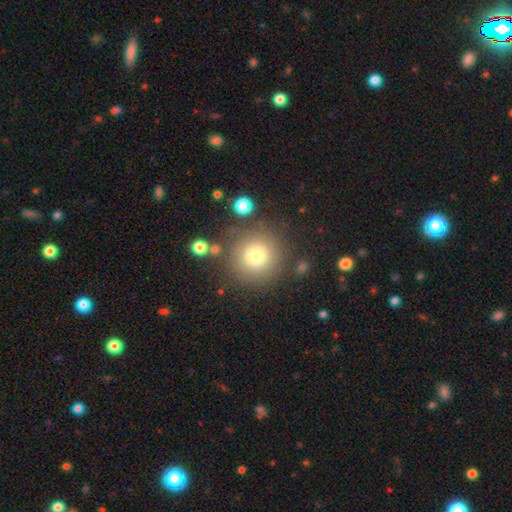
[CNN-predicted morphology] Smooth or featured?
  - smooth: 76% *
  - star or artifact: 14%
  - featured or disk: 11%
How rounded?
  - round: 95% *
  - in between: 4%
  - cigar-shaped: 1%
Merging?
  - none: 82% *
  - minor disturbance: 9%
  - merger: 5%
  - major disturbance: 5%